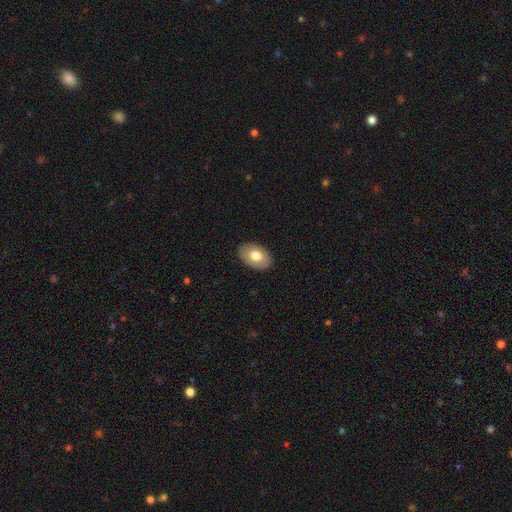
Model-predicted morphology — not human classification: The model was most divided on "smooth or featured": smooth: 73%, featured or disk: 21%, star or artifact: 6%. More confident: how rounded — in between (88%); merging — none (86%).